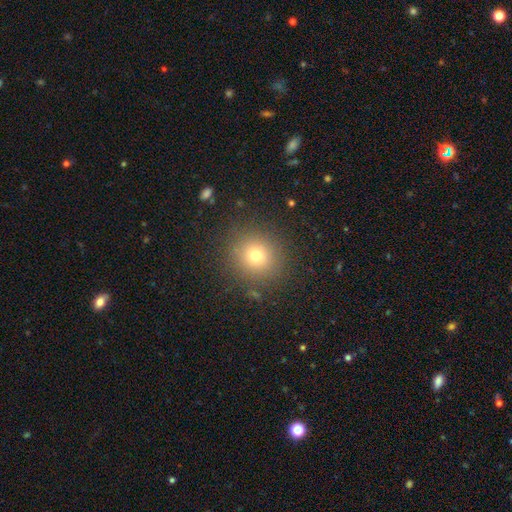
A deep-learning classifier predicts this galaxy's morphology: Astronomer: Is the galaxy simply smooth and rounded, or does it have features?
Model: smooth — 74%.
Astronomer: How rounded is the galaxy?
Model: round — 90%.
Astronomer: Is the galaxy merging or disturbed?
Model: none — 87%.